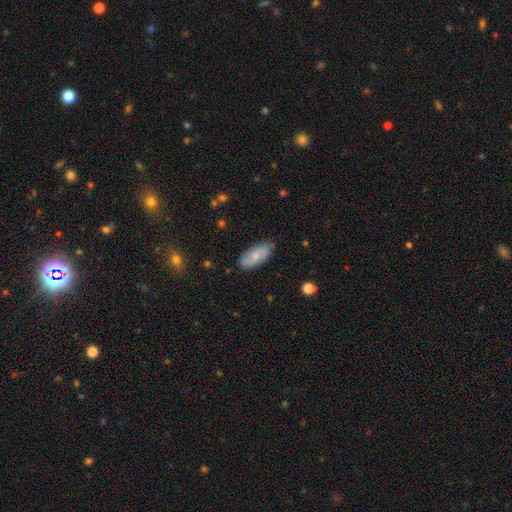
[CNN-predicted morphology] A smooth galaxy with no disk features (69%) that is in between round and cigar-shaped (86%).

Vote fractions:
- Smooth or featured? smooth: 69% / featured or disk: 24% / star or artifact: 6%
- How rounded? in between: 86% / cigar-shaped: 12% / round: 2%
- Merging? none: 81% / minor disturbance: 15% / major disturbance: 3% / merger: 1%